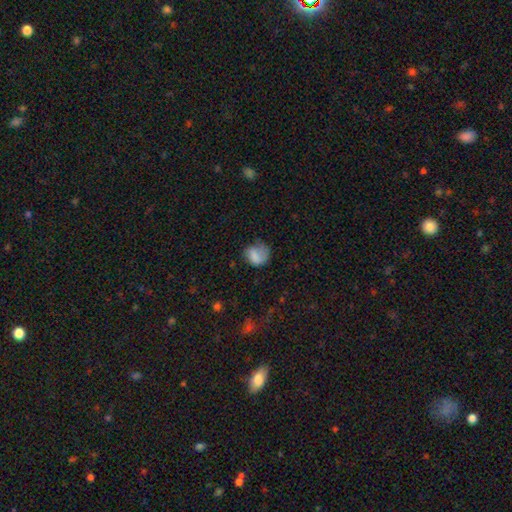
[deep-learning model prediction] Smooth or featured? Predicted: smooth (p=0.76). How rounded? Predicted: round (p=0.66). Merging? Predicted: none (p=0.45).